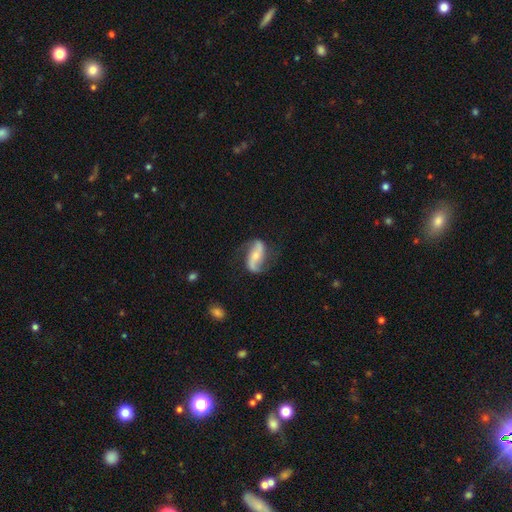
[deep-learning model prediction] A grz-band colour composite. It shows a featured or disk galaxy (81%) with no bar (41%), 2 (92%) loose (70%) spiral arms (94%) and a small central bulge (56%). Merging: none (72%).